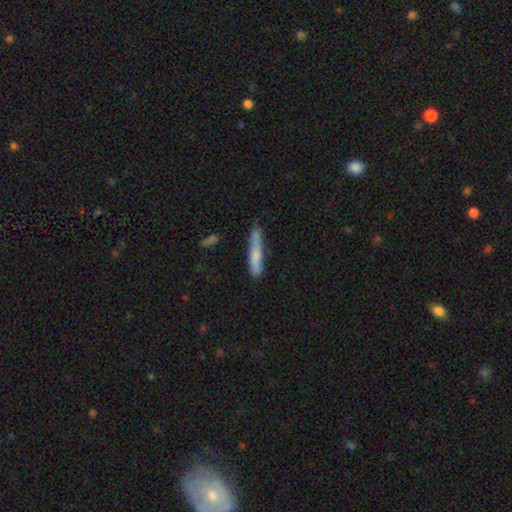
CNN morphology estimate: smooth_or_featured: smooth (p=0.70) [alt: featured or disk p=0.24]
how_rounded: cigar-shaped (p=0.91) [alt: in between p=0.08]
merging: none (p=0.69) [alt: minor disturbance p=0.23]